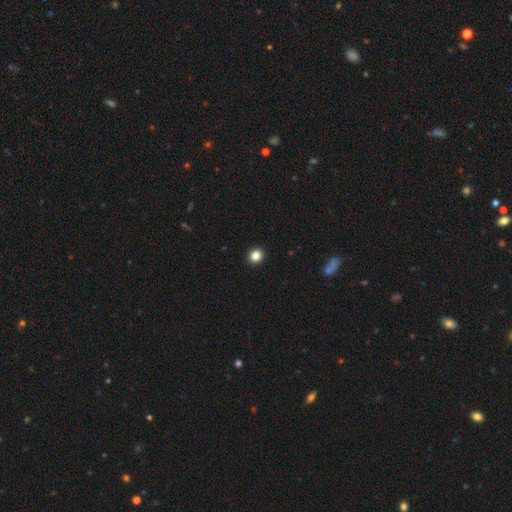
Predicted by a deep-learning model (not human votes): smooth_or_featured: smooth (p=0.84) [alt: star or artifact p=0.11]
how_rounded: round (p=0.83) [alt: in between p=0.16]
merging: none (p=0.93) [alt: minor disturbance p=0.05]